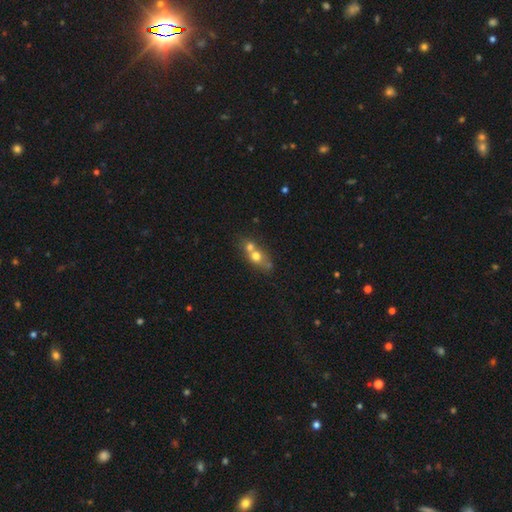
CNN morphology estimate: Smooth or featured?
  - smooth: 61% *
  - featured or disk: 27%
  - star or artifact: 12%
How rounded?
  - round: 51% *
  - in between: 43%
  - cigar-shaped: 6%
Merging?
  - merger: 60% *
  - none: 29%
  - minor disturbance: 7%
  - major disturbance: 4%